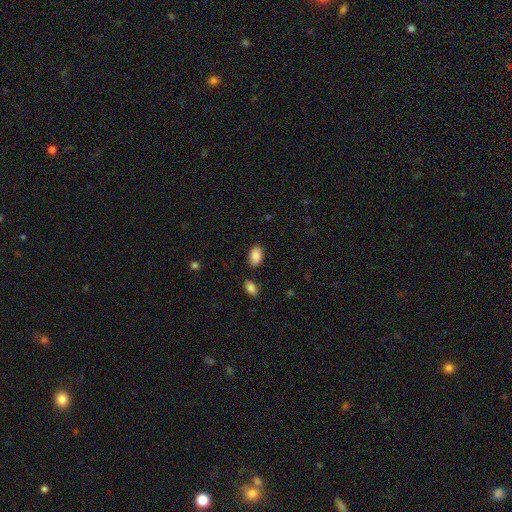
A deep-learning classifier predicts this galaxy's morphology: The model was most divided on "merging": none: 81%, minor disturbance: 12%, merger: 4%, major disturbance: 3%. More confident: how rounded — in between (92%); smooth or featured — smooth (88%).